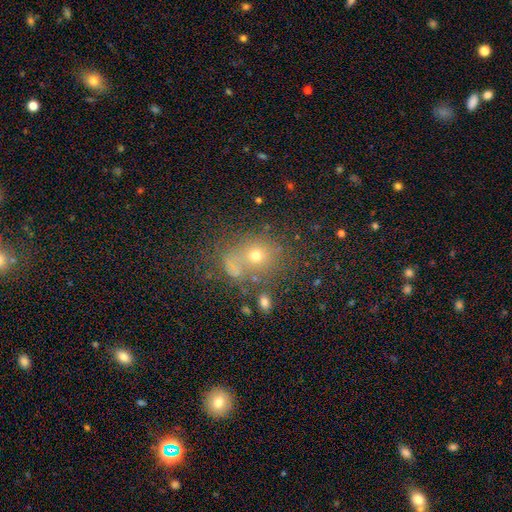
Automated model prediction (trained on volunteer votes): Smooth or featured? smooth (61%)
How rounded? round (69%)
Merging? none (53%)